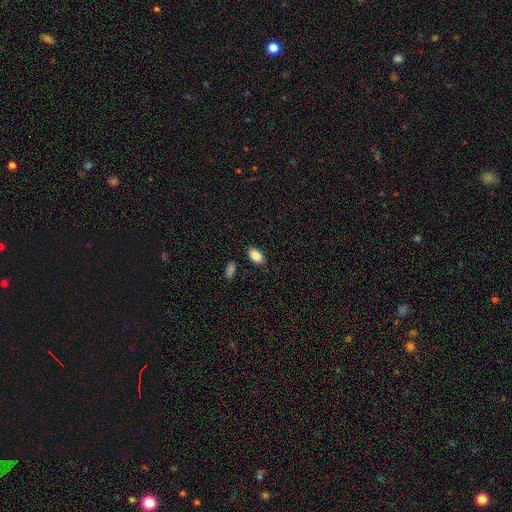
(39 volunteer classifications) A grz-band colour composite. It shows a smooth galaxy with no disk features (85%) that is in between round and cigar-shaped (94%). Merging: none (91%).